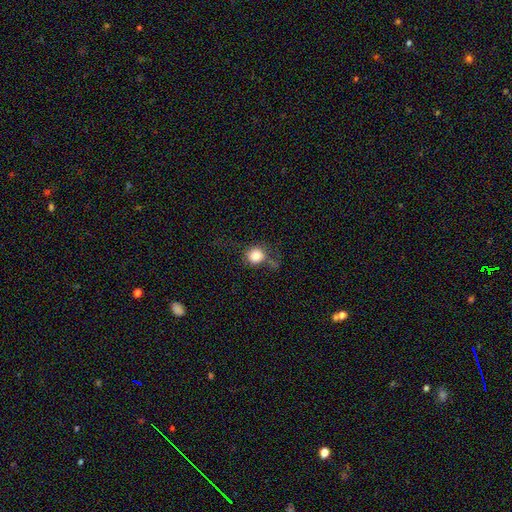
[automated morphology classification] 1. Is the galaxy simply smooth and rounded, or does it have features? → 79% smooth, 11% star or artifact, 10% featured or disk.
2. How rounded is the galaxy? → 86% round, 13% in between, 1% cigar-shaped.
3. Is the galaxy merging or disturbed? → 54% none, 23% minor disturbance, 16% major disturbance, 7% merger.